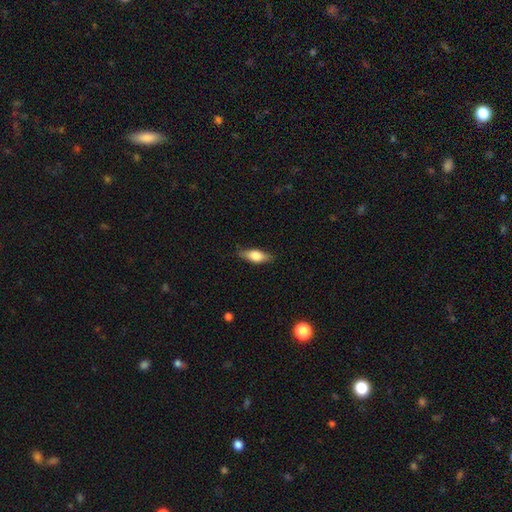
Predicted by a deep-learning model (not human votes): Morphology: type=smooth (66%); roundness=in between (67%); merging=none (84%).